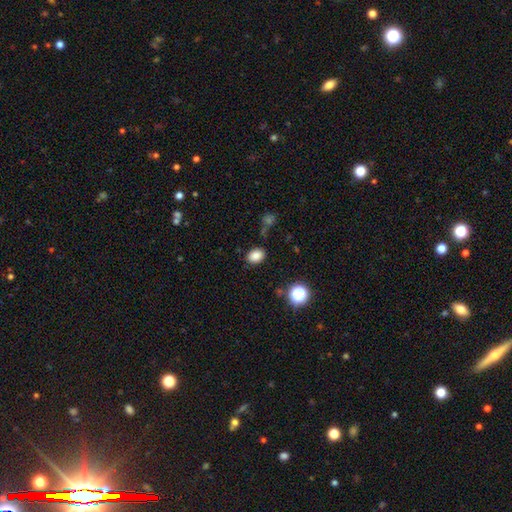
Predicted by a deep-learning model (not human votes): smooth 83%, star or artifact 12%, featured or disk 5%. Down the decision tree: how rounded — in between (69%); merging — none (84%).